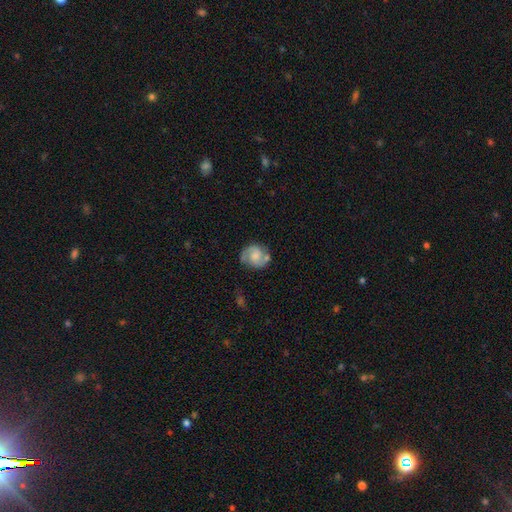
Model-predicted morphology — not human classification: Q: Smooth or featured?
A: featured or disk (73%); runner-up: smooth (20%)
Q: Edge-on disk?
A: no (98%); runner-up: yes (2%)
Q: Bar?
A: no (55%); runner-up: weak (37%)
Q: Spiral arms?
A: yes (94%); runner-up: no (6%)
Q: Spiral winding?
A: medium (49%); runner-up: tight (34%)
Q: Spiral arm count?
A: 2 (87%); runner-up: can't tell (5%)
Q: Bulge size?
A: moderate (29%); tied with: none (29%)
Q: Merging?
A: none (67%); runner-up: minor disturbance (19%)